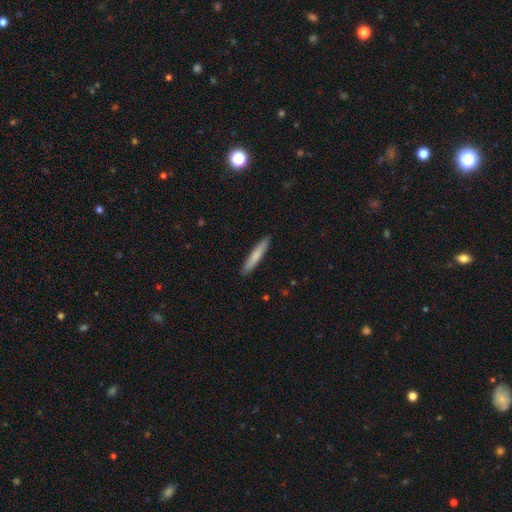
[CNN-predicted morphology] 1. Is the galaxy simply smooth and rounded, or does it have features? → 75% smooth, 20% featured or disk, 5% star or artifact.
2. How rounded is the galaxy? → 93% cigar-shaped, 6% in between, 1% round.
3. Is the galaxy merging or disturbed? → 91% none, 7% minor disturbance, 1% major disturbance, 1% merger.